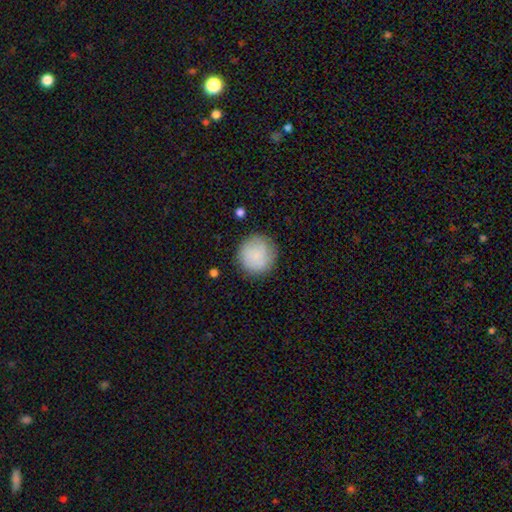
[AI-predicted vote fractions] Overall: smooth (81%). How rounded: round (94%). Merging: none (83%).